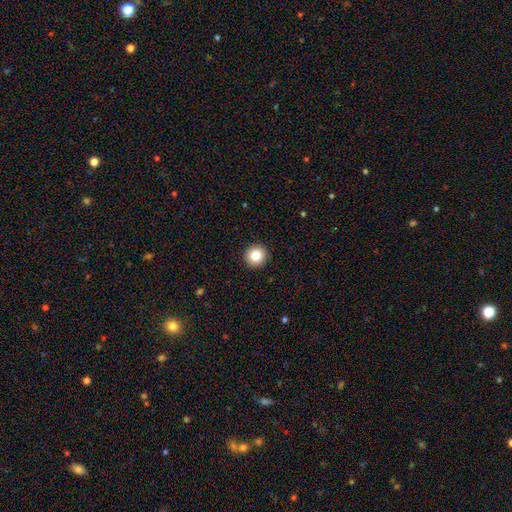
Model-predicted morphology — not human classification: This is clearly a smooth galaxy (84%). How rounded: clearly round (94%). Merging: clearly none (93%).